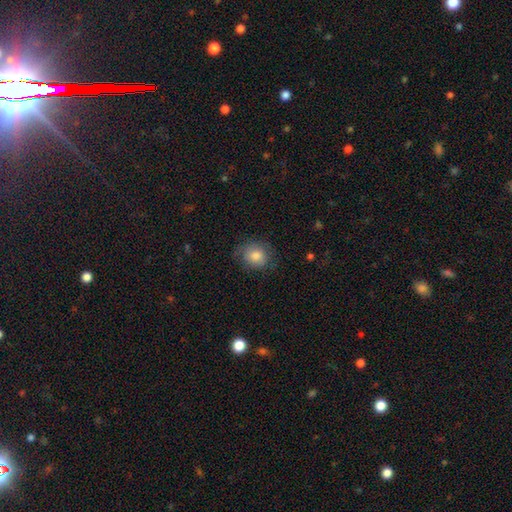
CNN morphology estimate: Smooth or featured? smooth (74%)
How rounded? round (74%)
Merging? none (70%)